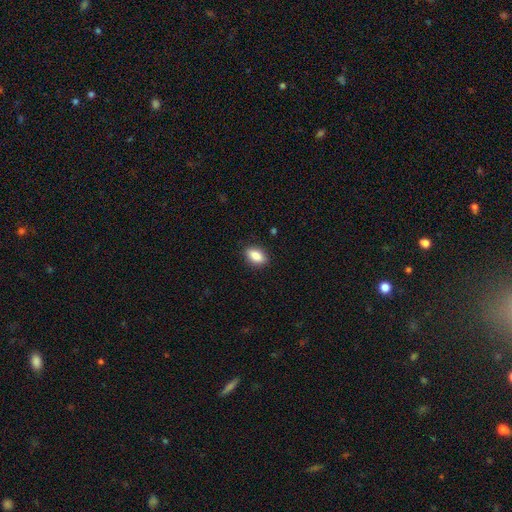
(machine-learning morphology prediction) smooth-or-featured: smooth: 87% | star or artifact: 7% | featured or disk: 6%
  how-rounded: in between: 88% | round: 7% | cigar-shaped: 5%
  merging: none: 87% | minor disturbance: 9% | major disturbance: 2% | merger: 1%